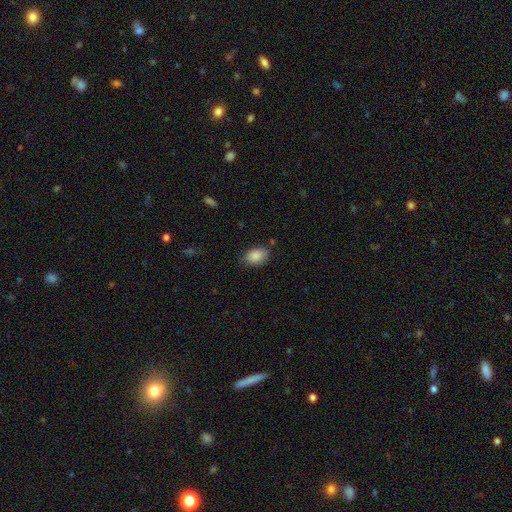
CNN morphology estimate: A smooth galaxy with no disk features (88%) that is in between round and cigar-shaped (85%). Merging: none (76%).